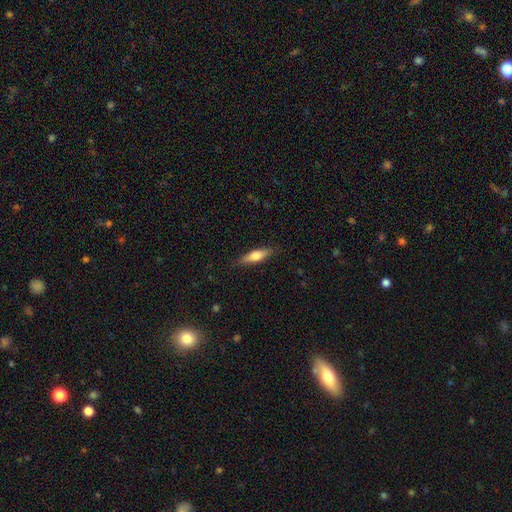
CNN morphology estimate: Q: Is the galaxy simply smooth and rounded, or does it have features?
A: smooth — 58%.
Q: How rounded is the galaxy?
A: cigar-shaped — 65%.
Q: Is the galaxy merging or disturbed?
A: none — 86%.